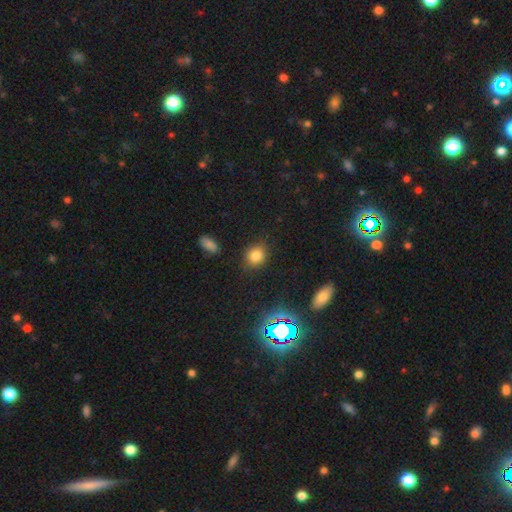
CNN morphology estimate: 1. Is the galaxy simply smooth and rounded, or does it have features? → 78% smooth, 15% star or artifact, 6% featured or disk.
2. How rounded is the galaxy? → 68% round, 30% in between, 1% cigar-shaped.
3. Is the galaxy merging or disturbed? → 83% none, 11% minor disturbance, 3% major disturbance, 2% merger.